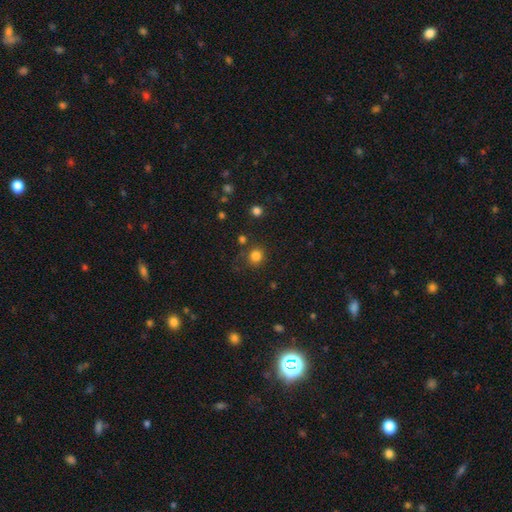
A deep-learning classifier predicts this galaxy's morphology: Smooth or featured: smooth — 81% (star or artifact — 14%)
How rounded: round — 88% (in between — 11%)
Merging: none — 76% (minor disturbance — 11%)